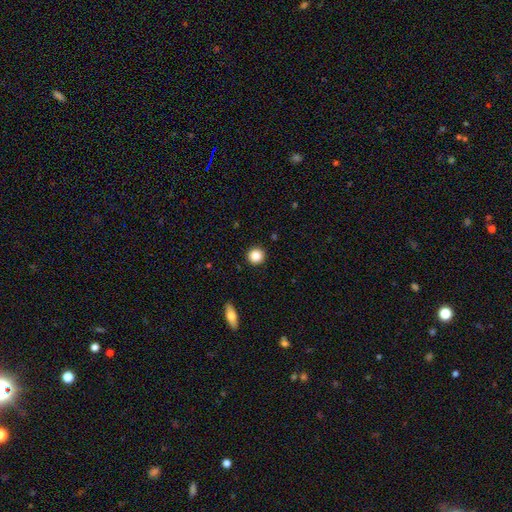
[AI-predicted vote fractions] Overall: smooth (87%). How rounded: round (94%). Merging: none (92%).